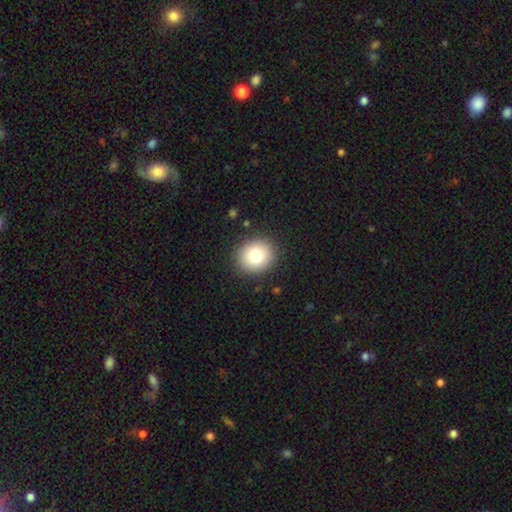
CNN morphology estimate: Smooth or featured: smooth — 80% (featured or disk — 10%)
How rounded: round — 78% (in between — 21%)
Merging: none — 89% (minor disturbance — 7%)